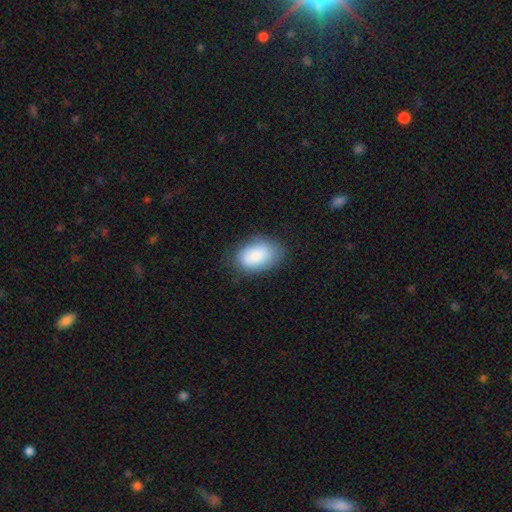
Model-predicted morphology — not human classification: smooth_or_featured: smooth (p=0.83) [alt: featured or disk p=0.10]
how_rounded: in between (p=0.89) [alt: round p=0.09]
merging: none (p=0.73) [alt: minor disturbance p=0.20]